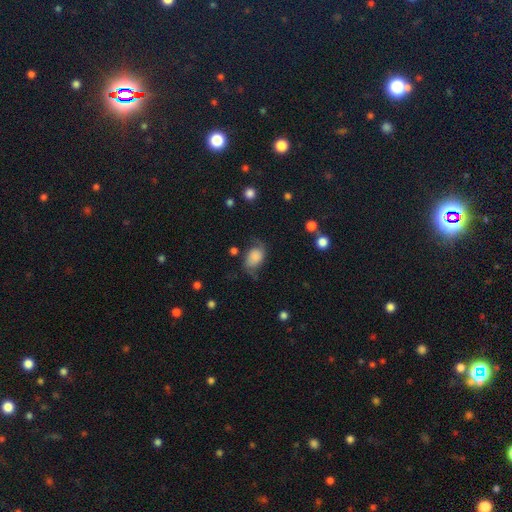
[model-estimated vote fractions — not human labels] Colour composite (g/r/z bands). It shows a smooth galaxy with no disk features (58%) that is in between round and cigar-shaped (79%). Merging: none (50%).